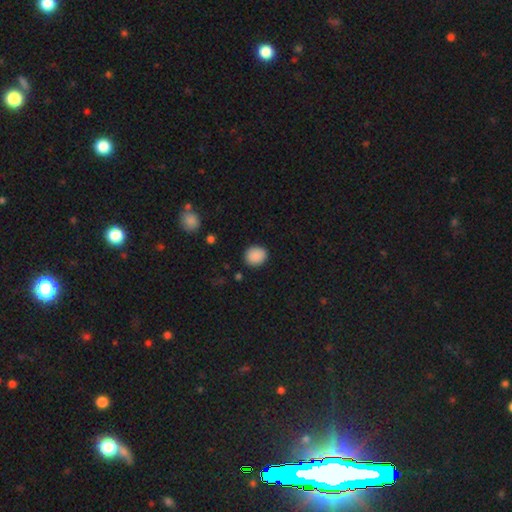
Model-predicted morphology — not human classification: This appears to be a smooth galaxy with no disk features (88%) that is round (72%). Merging: none (88%).